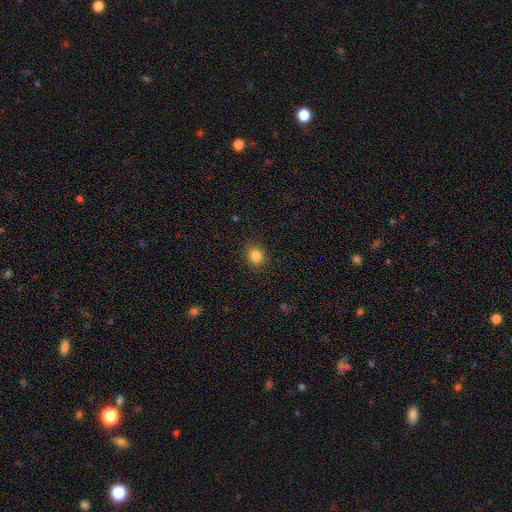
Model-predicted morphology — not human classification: A smooth galaxy with no disk features (84%) that is round (75%). Merging: none (89%).